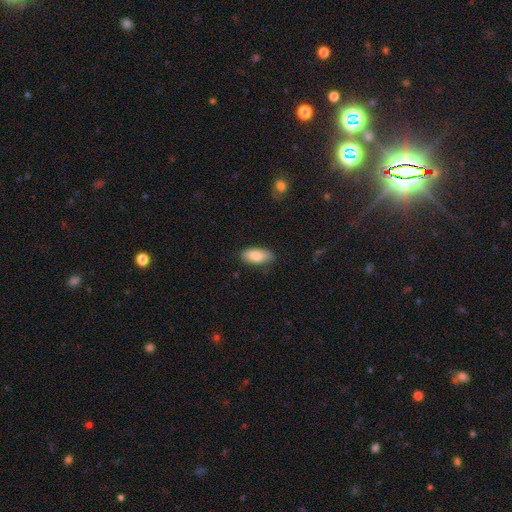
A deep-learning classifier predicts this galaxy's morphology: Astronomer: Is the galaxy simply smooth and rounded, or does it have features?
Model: smooth — 84%.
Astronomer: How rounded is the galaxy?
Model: in between — 89%.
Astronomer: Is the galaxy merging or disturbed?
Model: none — 80%.